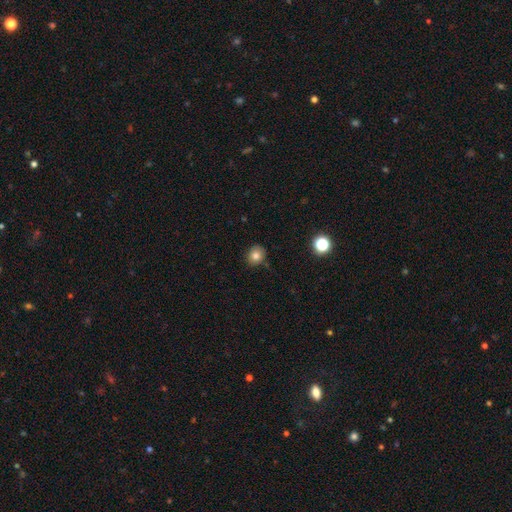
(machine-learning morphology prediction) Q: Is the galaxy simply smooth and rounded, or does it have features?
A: smooth — 81%.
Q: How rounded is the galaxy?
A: round — 72%.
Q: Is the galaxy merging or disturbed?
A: none — 84%.